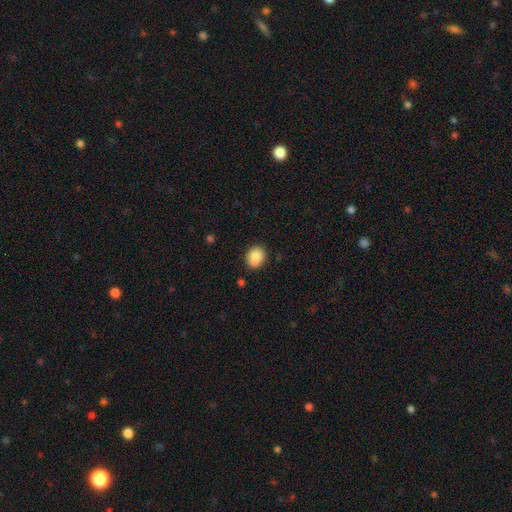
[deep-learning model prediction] Smooth or featured? Predicted: smooth (p=0.86). How rounded? Predicted: round (p=0.52). Merging? Predicted: none (p=0.75).